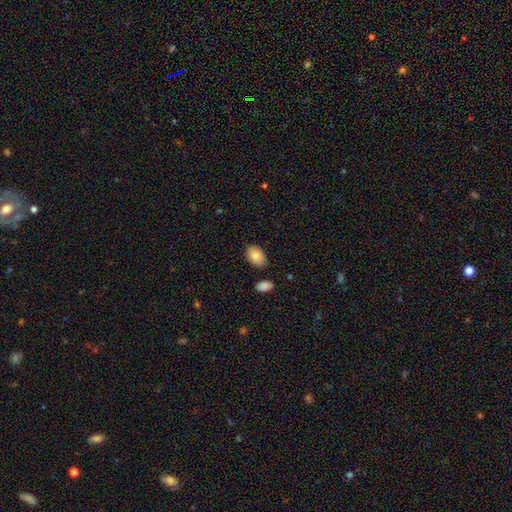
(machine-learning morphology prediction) smooth 86%, featured or disk 7%, star or artifact 7%. Down the decision tree: how rounded — in between (88%); merging — none (80%).